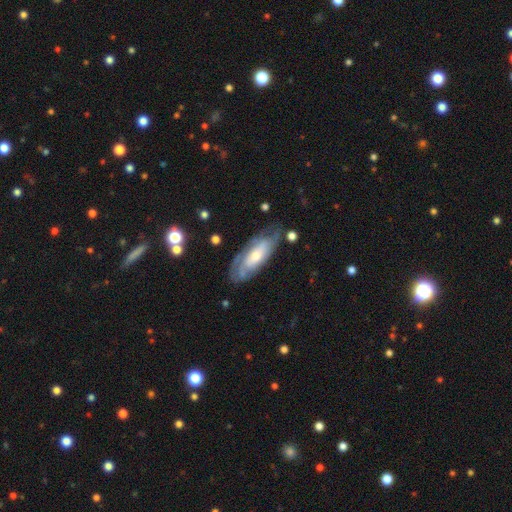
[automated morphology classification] This appears to be a featured or disk galaxy (68%) with no bar (69%), spiral arms (81%) and a small central bulge (47%). Merging: none (69%).